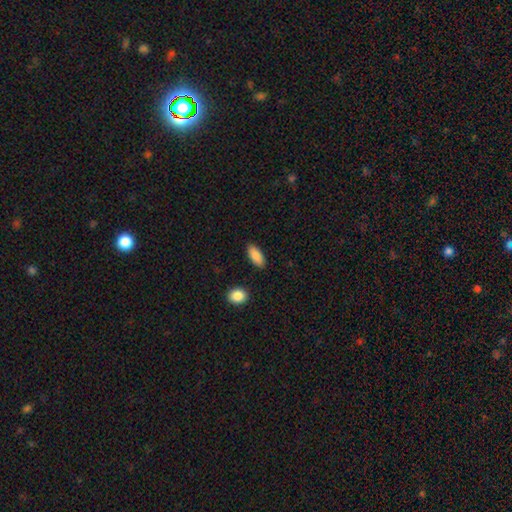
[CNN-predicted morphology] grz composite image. It shows a smooth galaxy with no disk features (88%) that is in between round and cigar-shaped (86%). Merging: none (88%).